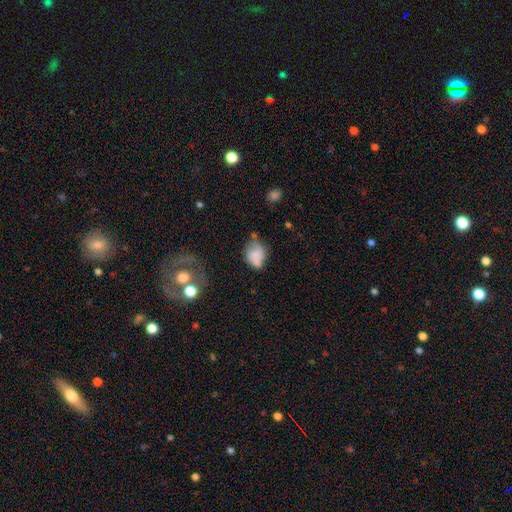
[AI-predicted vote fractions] This appears to be a smooth galaxy with no disk features (69%) that is in between round and cigar-shaped (50%). Merging: none (41%).